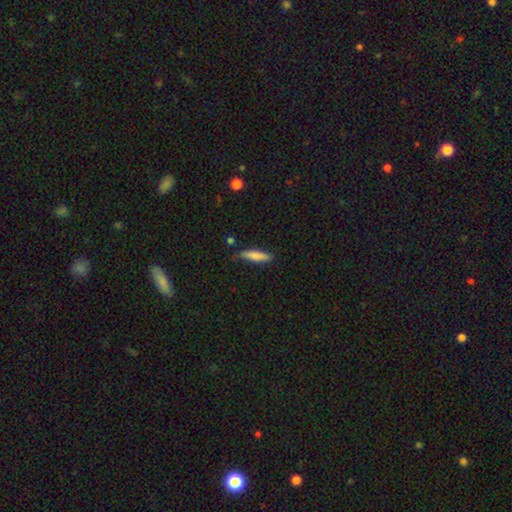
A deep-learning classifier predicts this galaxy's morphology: smooth_or_featured: smooth (p=0.79) [alt: featured or disk p=0.15]
how_rounded: cigar-shaped (p=0.81) [alt: in between p=0.18]
merging: none (p=0.74) [alt: minor disturbance p=0.20]